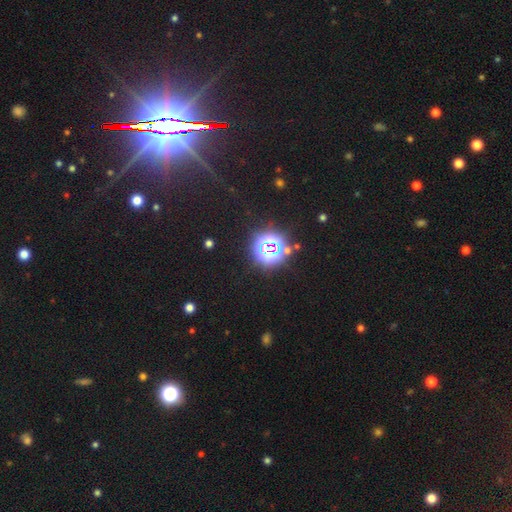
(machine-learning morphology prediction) Smooth or featured: star or artifact — 84% (featured or disk — 8%)